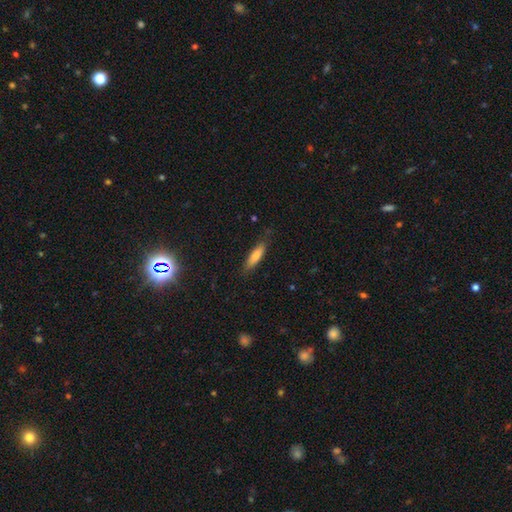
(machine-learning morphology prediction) Smooth or featured?
  - smooth: 81% *
  - featured or disk: 13%
  - star or artifact: 7%
How rounded?
  - cigar-shaped: 59% *
  - in between: 39%
  - round: 2%
Merging?
  - none: 79% *
  - minor disturbance: 17%
  - major disturbance: 4%
  - merger: 1%